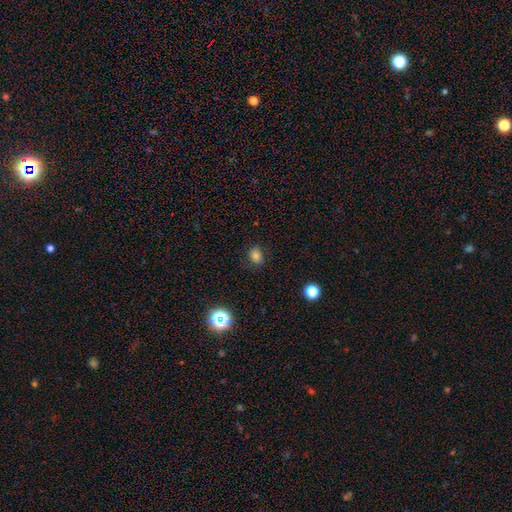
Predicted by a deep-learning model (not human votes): smooth 76%, star or artifact 16%, featured or disk 8%. Down the decision tree: how rounded — in between (50%); merging — none (81%).